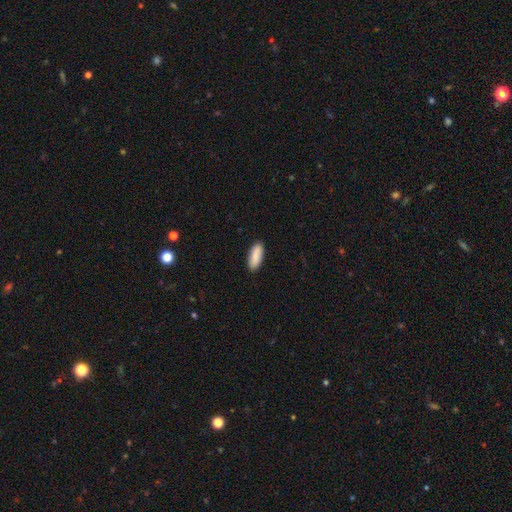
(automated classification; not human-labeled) Morphology: type=smooth (89%); roundness=in between (71%); merging=none (89%).